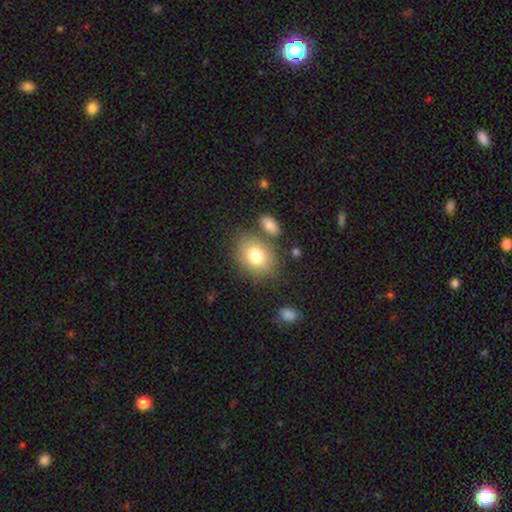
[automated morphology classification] type=smooth (79%); roundness=in between (64%); merging=none (72%).